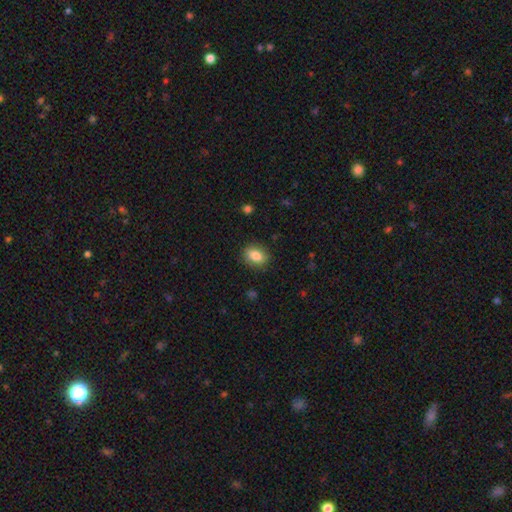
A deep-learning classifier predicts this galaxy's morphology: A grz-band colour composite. It shows a smooth galaxy with no disk features (85%) that is in between round and cigar-shaped (74%). Merging: none (86%).